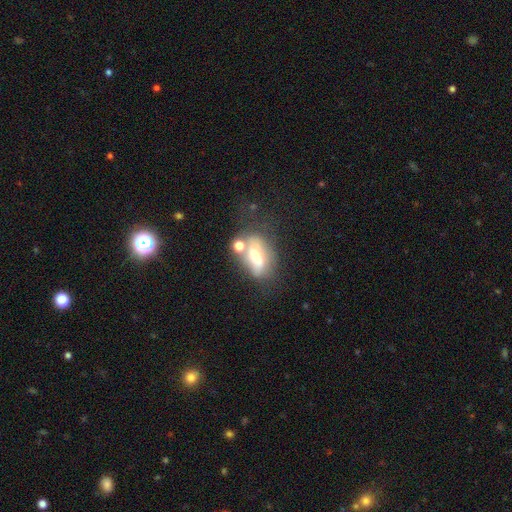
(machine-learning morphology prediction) smooth_or_featured: smooth (p=0.52) [alt: featured or disk p=0.37]
how_rounded: in between (p=0.80) [alt: round p=0.10]
merging: none (p=0.41) [alt: merger p=0.24]